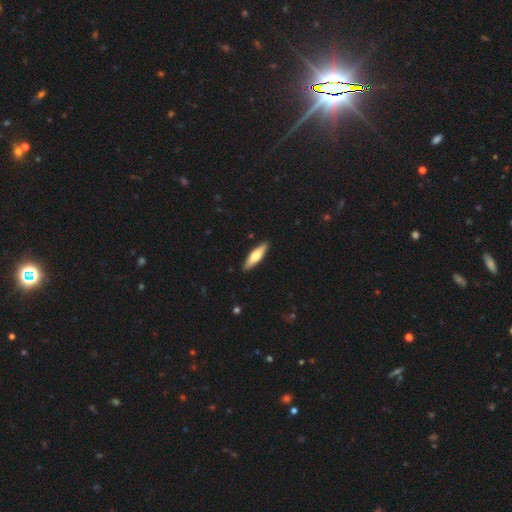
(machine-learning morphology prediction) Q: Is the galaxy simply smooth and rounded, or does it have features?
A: smooth — 58%.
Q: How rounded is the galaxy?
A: cigar-shaped — 72%.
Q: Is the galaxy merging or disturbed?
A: none — 91%.